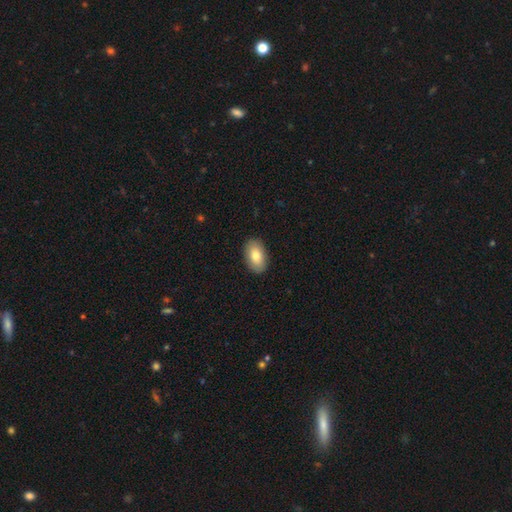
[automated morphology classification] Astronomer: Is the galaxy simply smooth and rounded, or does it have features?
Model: smooth — 82%.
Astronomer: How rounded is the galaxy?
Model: in between — 93%.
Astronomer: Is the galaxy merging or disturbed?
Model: none — 89%.